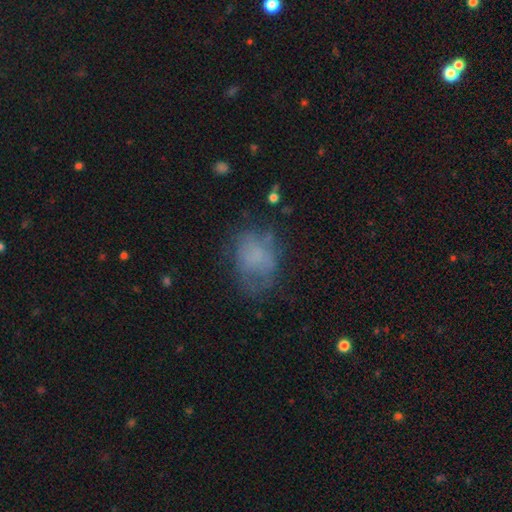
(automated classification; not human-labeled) Smooth or featured? Predicted: smooth (p=0.60). How rounded? Predicted: in between (p=0.65). Merging? Predicted: none (p=0.51).